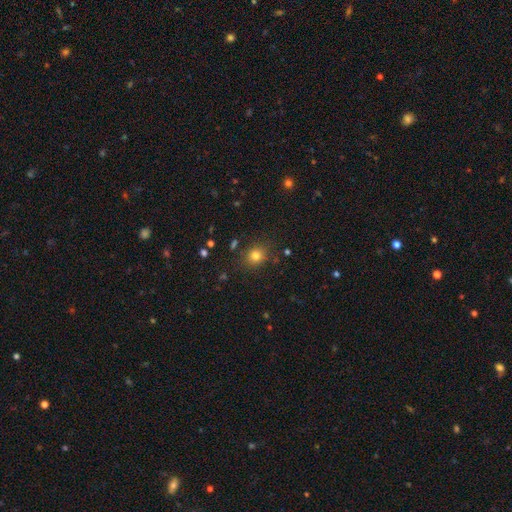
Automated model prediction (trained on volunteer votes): Smooth or featured: smooth — 78% (star or artifact — 15%)
How rounded: round — 76% (in between — 23%)
Merging: none — 83% (minor disturbance — 10%)